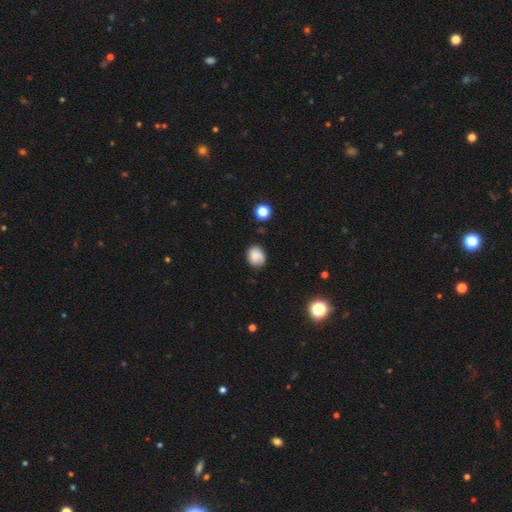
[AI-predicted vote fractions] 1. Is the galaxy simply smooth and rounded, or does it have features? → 77% smooth, 13% featured or disk, 10% star or artifact.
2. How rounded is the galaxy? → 59% round, 40% in between, 1% cigar-shaped.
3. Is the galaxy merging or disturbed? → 73% none, 20% minor disturbance, 4% major disturbance, 2% merger.